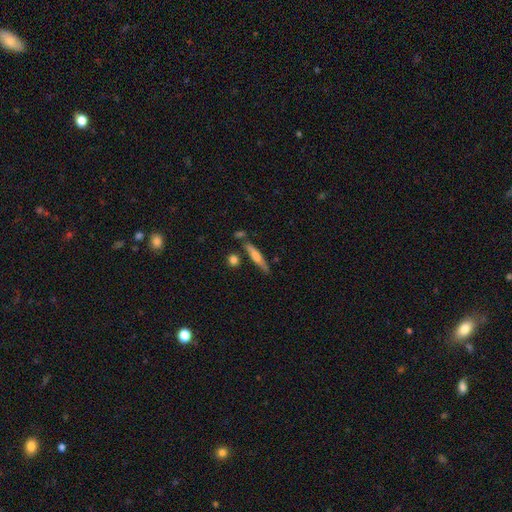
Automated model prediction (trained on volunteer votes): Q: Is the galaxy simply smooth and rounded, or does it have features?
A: smooth — 57%.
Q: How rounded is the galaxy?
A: cigar-shaped — 88%.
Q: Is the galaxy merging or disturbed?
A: none — 75%.